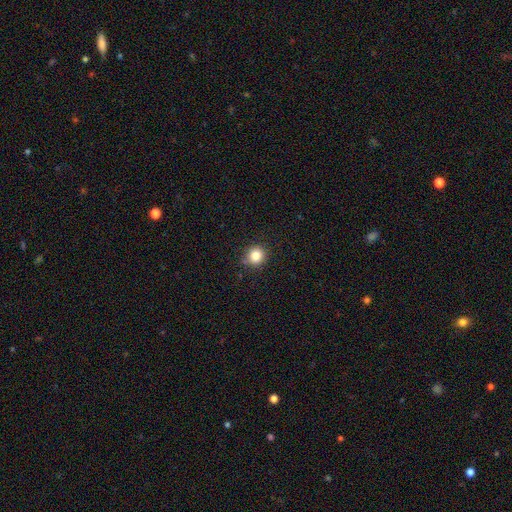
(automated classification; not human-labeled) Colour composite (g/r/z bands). It shows a smooth galaxy with no disk features (83%) that is round (90%). Merging: none (86%).